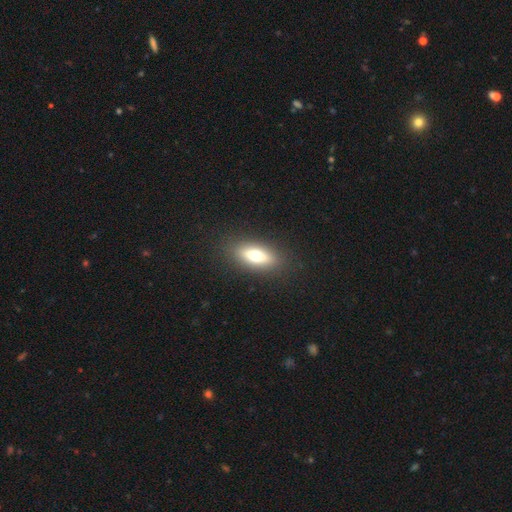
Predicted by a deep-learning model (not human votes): Smooth or featured: smooth — 64% (featured or disk — 28%)
How rounded: in between — 71% (cigar-shaped — 25%)
Merging: none — 88% (minor disturbance — 8%)